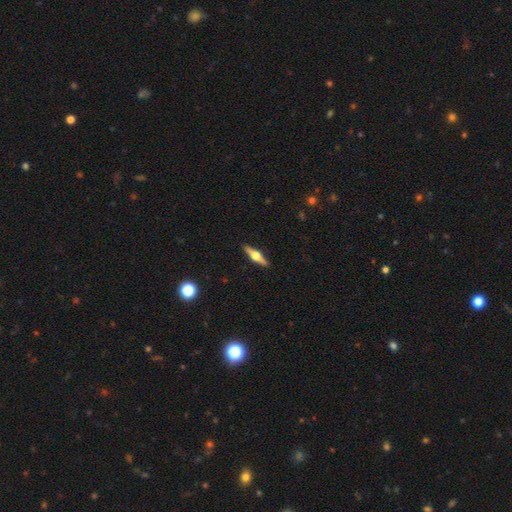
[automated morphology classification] A featured or disk galaxy (73%) viewed edge-on (97%) with a rounded central bulge (95%).

Vote fractions:
- Smooth or featured? featured or disk: 73% / smooth: 21% / star or artifact: 6%
- Edge-on disk? yes: 97% / no: 3%
- Edge-on bulge? rounded: 95% / boxy: 4% / none: 1%
- Merging? none: 91% / minor disturbance: 6% / major disturbance: 1% / merger: 1%